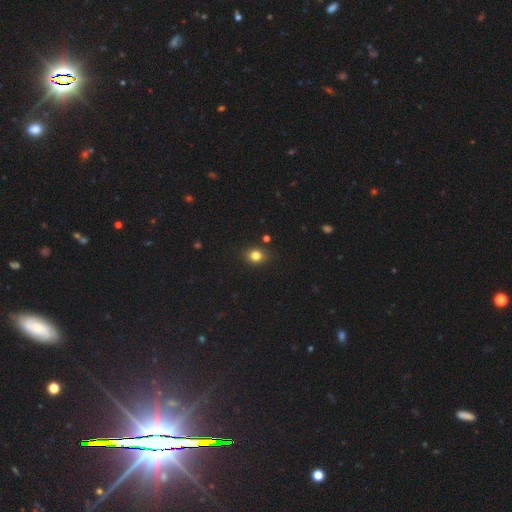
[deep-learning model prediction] Smooth or featured? smooth (81%)
How rounded? round (60%)
Merging? none (86%)